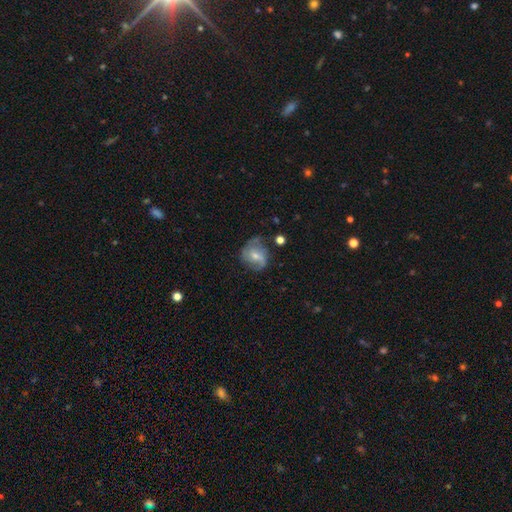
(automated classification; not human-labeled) Overall: featured or disk (65%; smooth 26%). Edge-on disk: no (97%). Bar: no (43%; weak 42%). Spiral arms: yes (84%). Spiral arm count: 2 (64%). Spiral winding: medium (44%; tight 30%). Bulge size: moderate (50%; small 45%). Merging: none (62%; minor disturbance 25%).